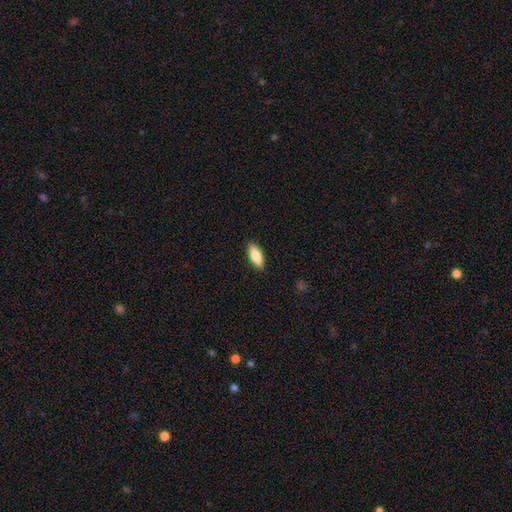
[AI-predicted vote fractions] Smooth or featured? Predicted: smooth (p=0.81). How rounded? Predicted: in between (p=0.75). Merging? Predicted: none (p=0.89).